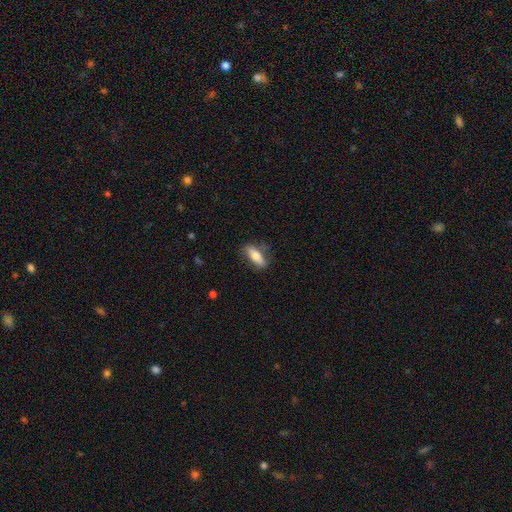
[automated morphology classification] smooth 66%, featured or disk 28%, star or artifact 6%. Down the decision tree: how rounded — in between (55%); merging — none (76%).